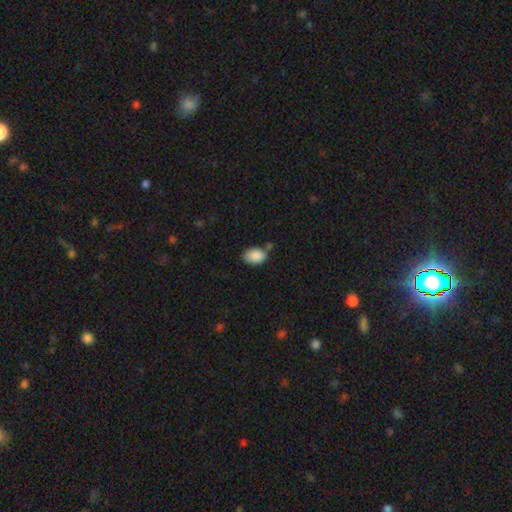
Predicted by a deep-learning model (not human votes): smooth-or-featured: smooth: 89% | star or artifact: 7% | featured or disk: 4%
  how-rounded: in between: 85% | round: 14% | cigar-shaped: 1%
  merging: none: 70% | minor disturbance: 19% | merger: 7% | major disturbance: 4%